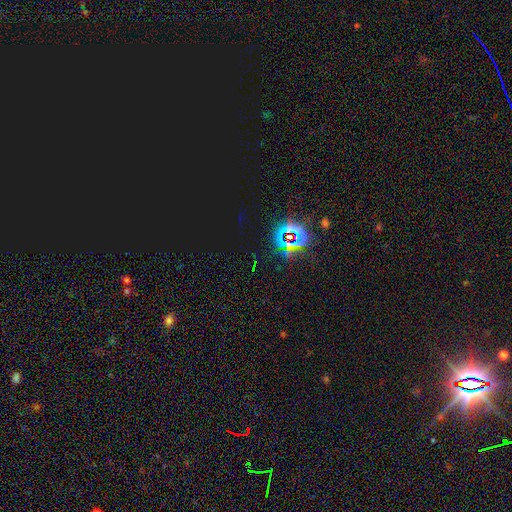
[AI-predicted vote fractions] Morphology: type=star or artifact (83%).